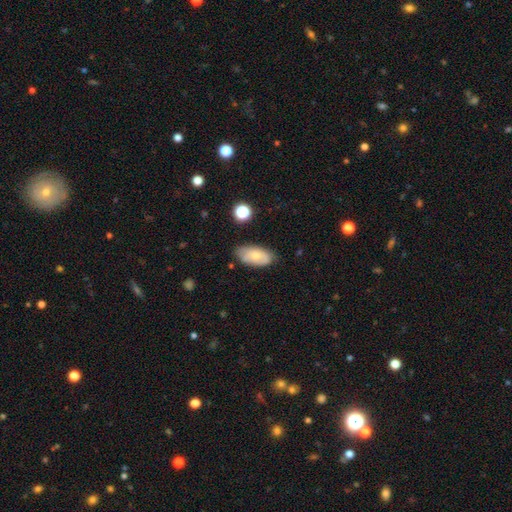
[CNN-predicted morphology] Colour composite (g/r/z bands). It shows a smooth galaxy with no disk features (61%) that is in between round and cigar-shaped (92%). Merging: none (71%).